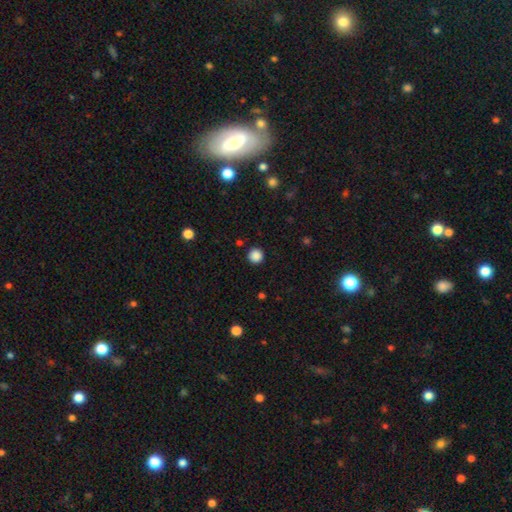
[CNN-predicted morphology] Smooth or featured? Predicted: smooth (p=0.86). How rounded? Predicted: round (p=0.95). Merging? Predicted: none (p=0.92).